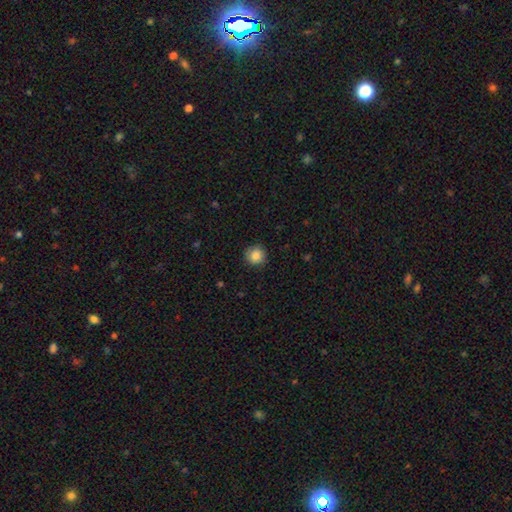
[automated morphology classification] Smooth or featured?
  - smooth: 85% *
  - star or artifact: 9%
  - featured or disk: 5%
How rounded?
  - round: 94% *
  - in between: 5%
  - cigar-shaped: 1%
Merging?
  - none: 90% *
  - minor disturbance: 7%
  - major disturbance: 2%
  - merger: 1%